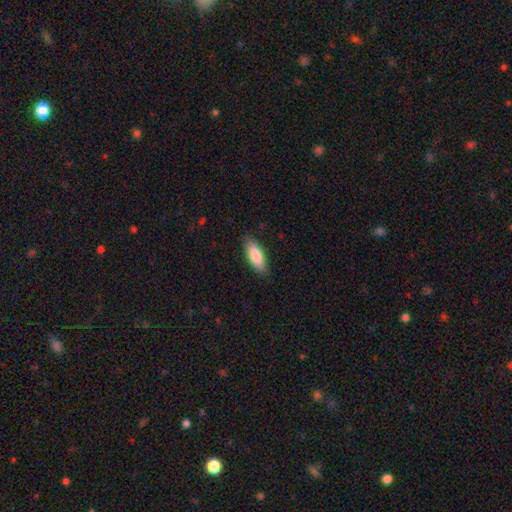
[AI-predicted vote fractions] smooth_or_featured: smooth (p=0.83) [alt: featured or disk p=0.11]
how_rounded: in between (p=0.72) [alt: cigar-shaped p=0.26]
merging: none (p=0.86) [alt: minor disturbance p=0.11]